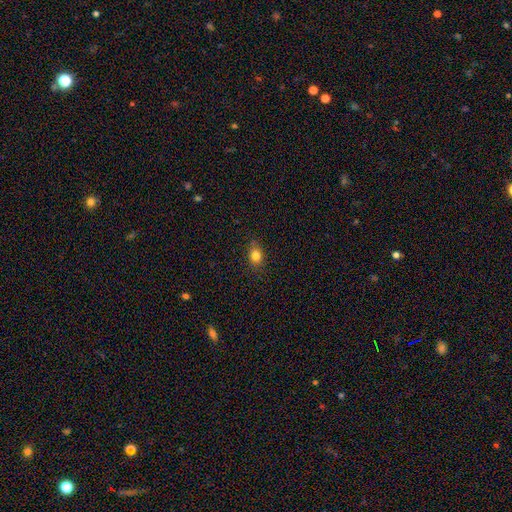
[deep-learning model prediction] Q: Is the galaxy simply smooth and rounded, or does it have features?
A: smooth — 83%.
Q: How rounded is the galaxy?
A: in between — 52%.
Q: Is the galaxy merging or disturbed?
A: none — 85%.